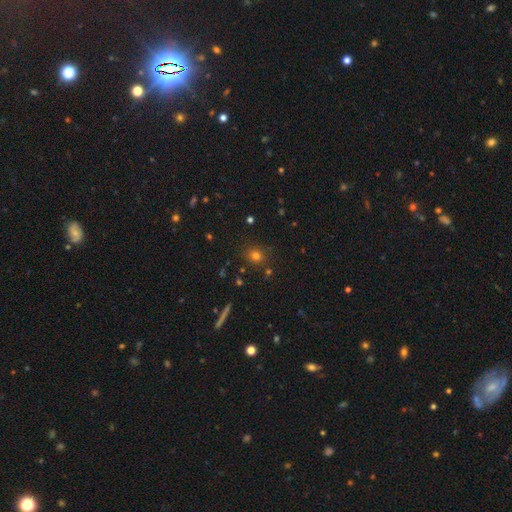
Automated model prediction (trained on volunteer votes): Smooth or featured?
  - smooth: 74% *
  - star or artifact: 19%
  - featured or disk: 7%
How rounded?
  - round: 81% *
  - in between: 18%
  - cigar-shaped: 1%
Merging?
  - none: 84% *
  - minor disturbance: 10%
  - merger: 4%
  - major disturbance: 3%